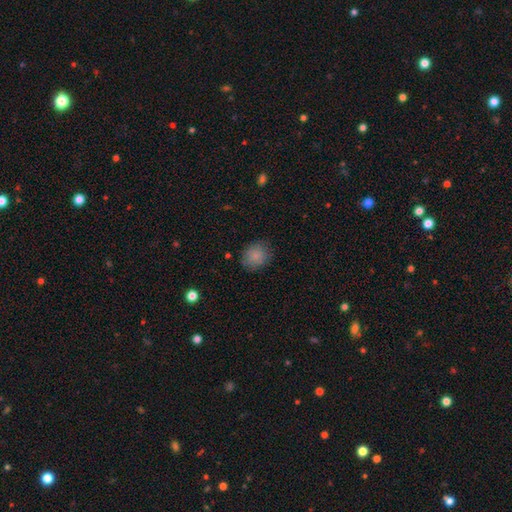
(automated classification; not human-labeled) Overall: smooth (86%). How rounded: round (70%). Merging: none (82%).